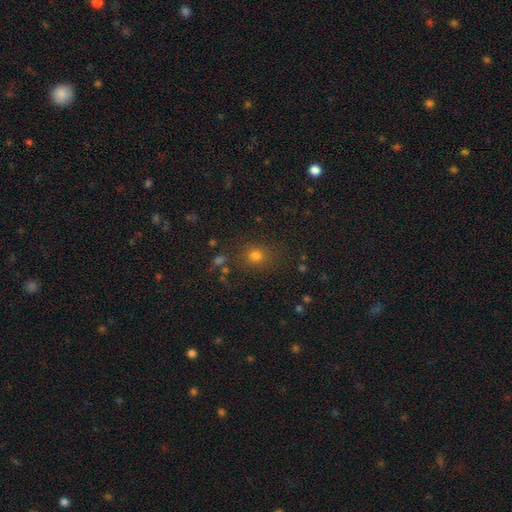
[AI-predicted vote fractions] Smooth or featured?
  - smooth: 72% *
  - star or artifact: 21%
  - featured or disk: 7%
How rounded?
  - round: 80% *
  - in between: 19%
  - cigar-shaped: 1%
Merging?
  - none: 83% *
  - minor disturbance: 10%
  - major disturbance: 4%
  - merger: 4%